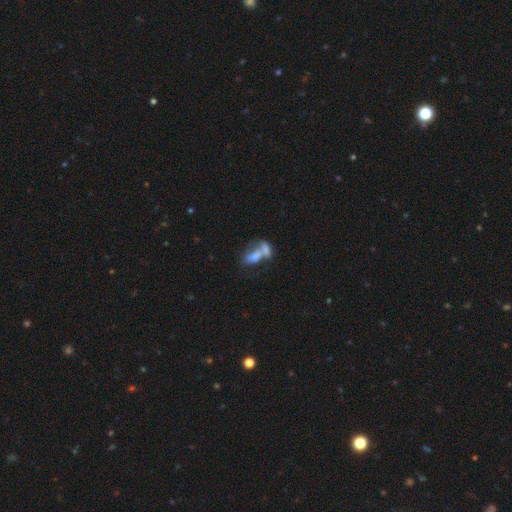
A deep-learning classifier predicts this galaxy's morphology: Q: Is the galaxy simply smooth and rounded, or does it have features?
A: smooth — 66%.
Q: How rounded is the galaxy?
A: in between — 82%.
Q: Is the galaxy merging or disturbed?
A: merger — 68%.